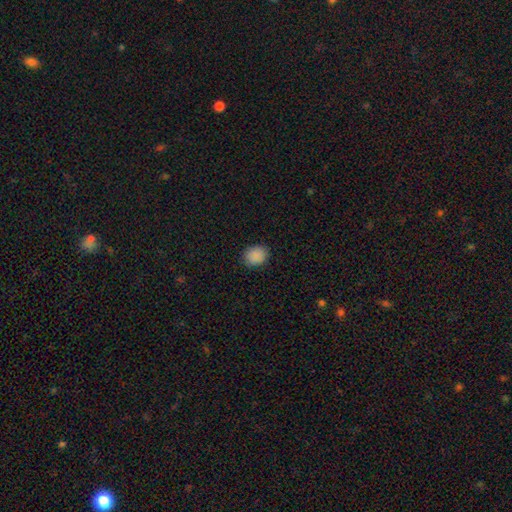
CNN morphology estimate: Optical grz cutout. It shows a smooth galaxy with no disk features (89%) that is round (58%). Merging: none (88%).